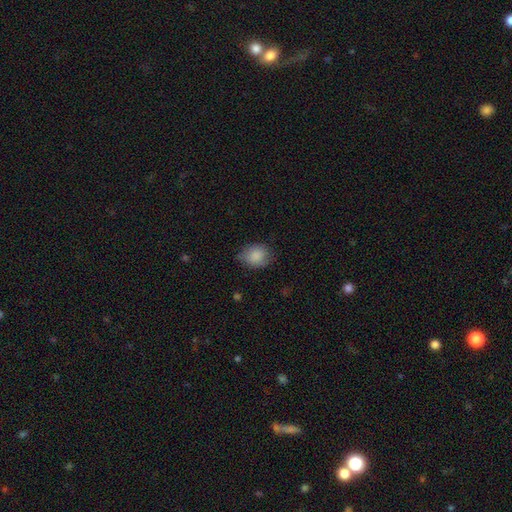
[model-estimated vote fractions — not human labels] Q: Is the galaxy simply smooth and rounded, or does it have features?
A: smooth — 87%.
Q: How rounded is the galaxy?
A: in between — 52%.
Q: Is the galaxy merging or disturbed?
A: none — 72%.